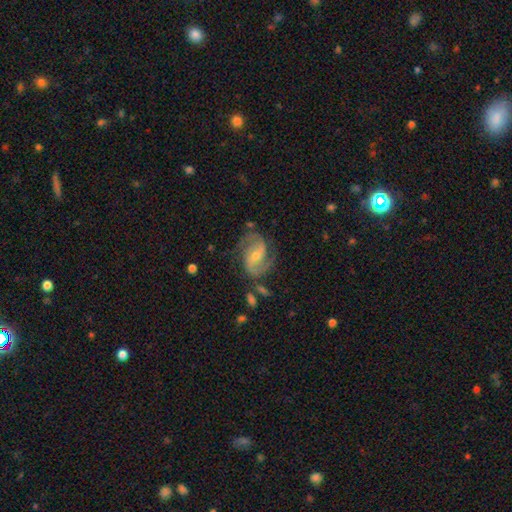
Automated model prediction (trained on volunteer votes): This is clearly a featured or disk galaxy (87%). It is clearly not viewed edge-on (97%). Bar: possibly weak (47%). Spiral arm pattern: clearly yes (97%). Spiral arm count: clearly 2 (88%). Spiral winding: possibly medium (54%). Central bulge: possibly small (50%). Merging: likely none (71%).